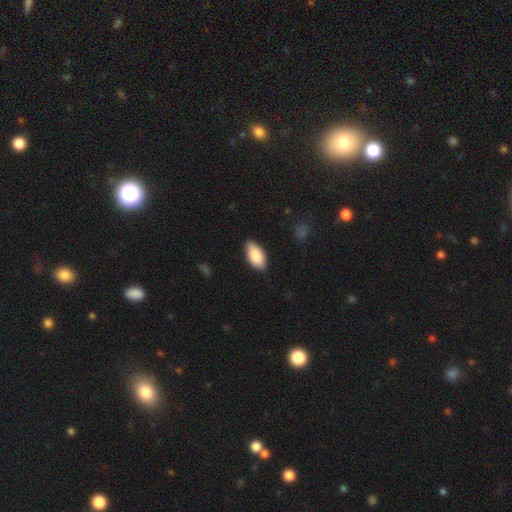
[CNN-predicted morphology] Smooth or featured?
  - smooth: 88% *
  - star or artifact: 6%
  - featured or disk: 6%
How rounded?
  - in between: 94% *
  - cigar-shaped: 4%
  - round: 2%
Merging?
  - none: 86% *
  - minor disturbance: 11%
  - major disturbance: 2%
  - merger: 1%